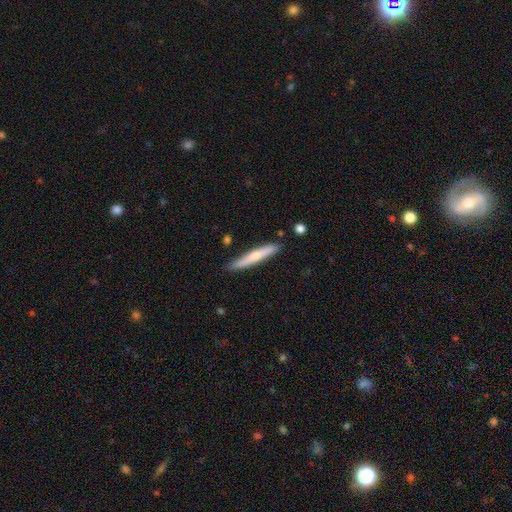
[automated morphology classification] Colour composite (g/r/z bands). It shows a smooth galaxy with no disk features (55%) that is cigar-shaped (93%). Merging: none (85%).